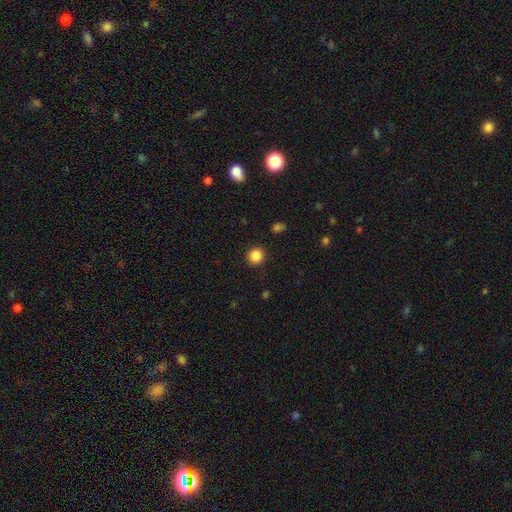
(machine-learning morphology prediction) Smooth or featured: smooth — 86% (star or artifact — 11%)
How rounded: round — 92% (in between — 7%)
Merging: none — 91% (minor disturbance — 5%)